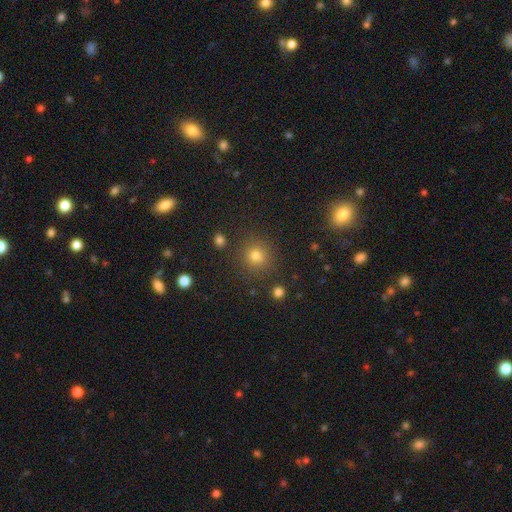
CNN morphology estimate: Smooth or featured: smooth — 76% (star or artifact — 17%)
How rounded: round — 92% (in between — 7%)
Merging: none — 87% (minor disturbance — 7%)